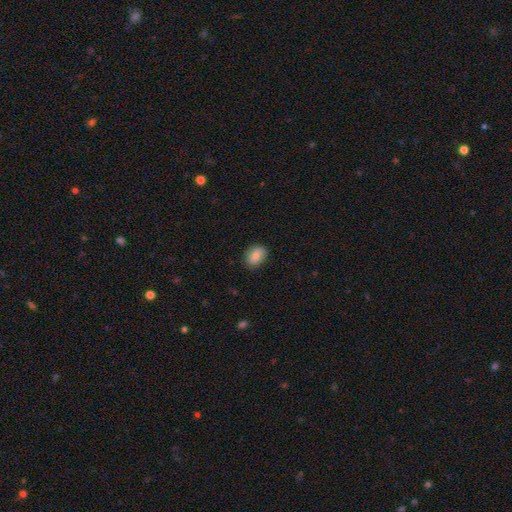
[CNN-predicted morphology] Smooth or featured? Predicted: smooth (p=0.83). How rounded? Predicted: in between (p=0.70). Merging? Predicted: none (p=0.84).